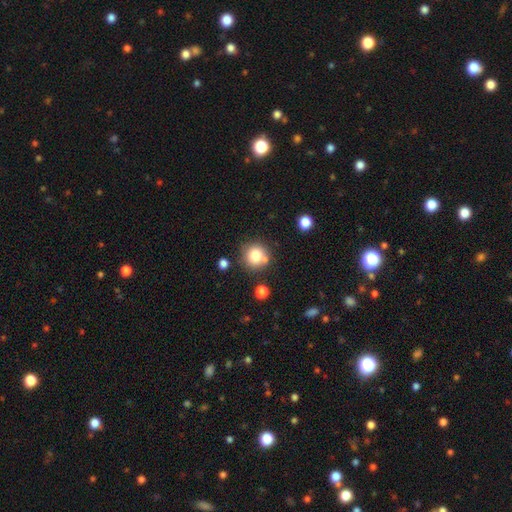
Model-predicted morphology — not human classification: Smooth or featured? smooth (78%)
How rounded? round (92%)
Merging? none (73%)